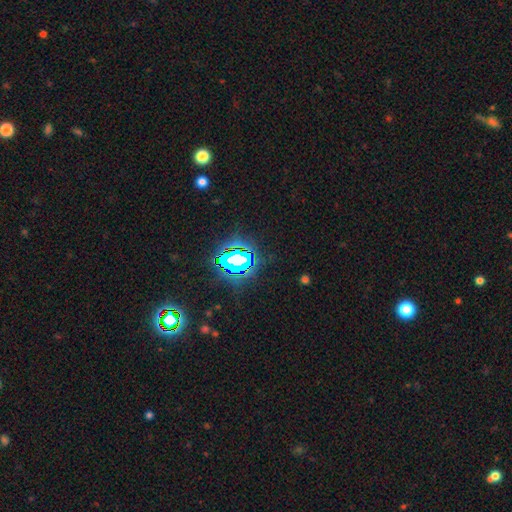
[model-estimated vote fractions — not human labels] Q: Smooth or featured?
A: star or artifact (81%); runner-up: smooth (12%)